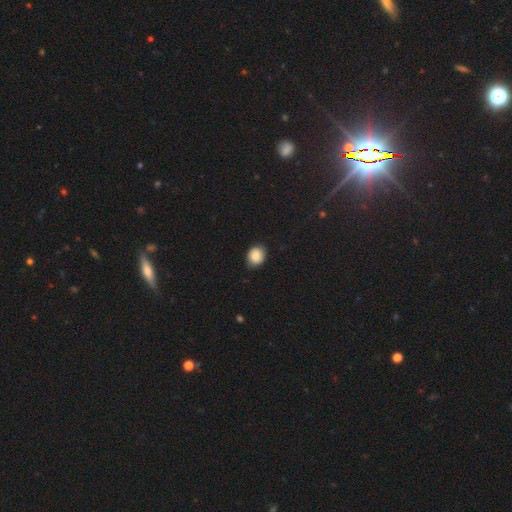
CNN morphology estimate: A smooth galaxy with no disk features (85%) that is round (63%). Merging: none (81%).